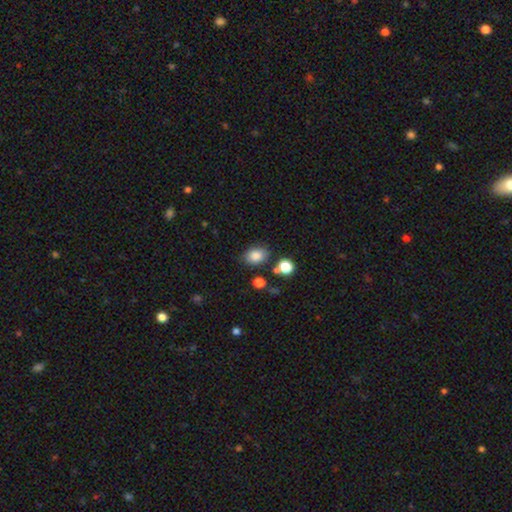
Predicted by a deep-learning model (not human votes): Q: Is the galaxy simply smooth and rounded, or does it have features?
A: smooth — 84%.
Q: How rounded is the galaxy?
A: in between — 71%.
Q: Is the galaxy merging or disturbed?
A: none — 76%.